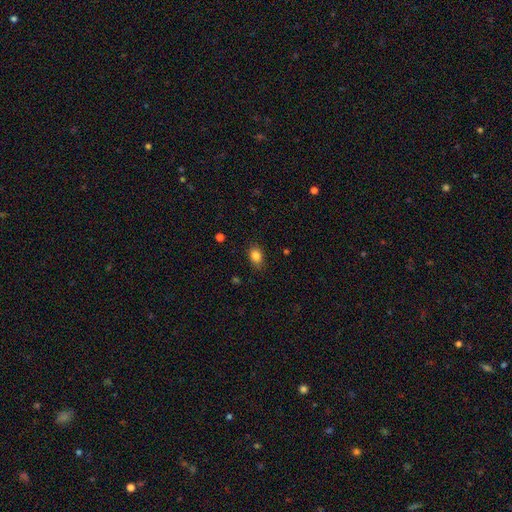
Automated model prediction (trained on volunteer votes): Q: Smooth or featured?
A: smooth (85%); runner-up: star or artifact (10%)
Q: How rounded?
A: in between (68%); runner-up: round (31%)
Q: Merging?
A: none (83%); runner-up: minor disturbance (13%)